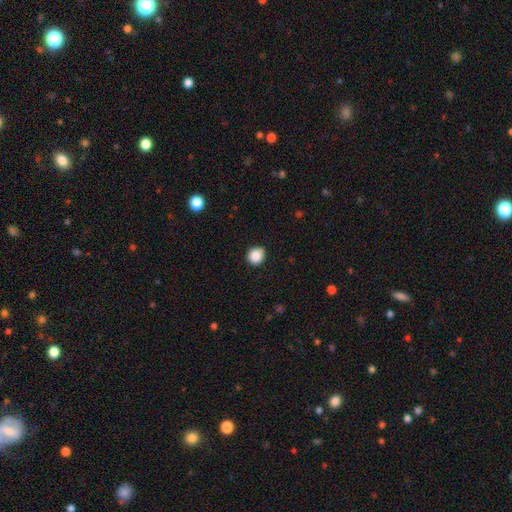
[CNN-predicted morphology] Overall: smooth (88%). How rounded: round (85%). Merging: none (84%).